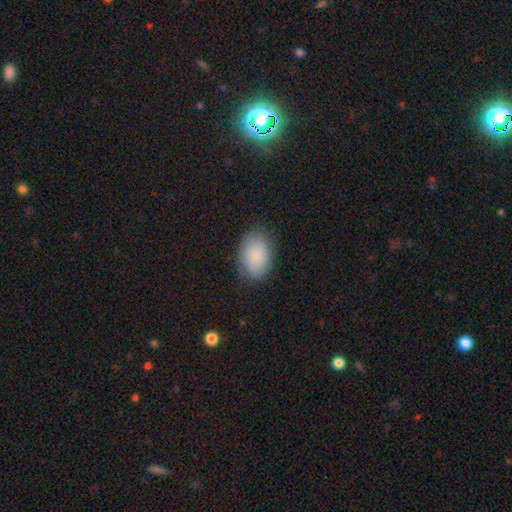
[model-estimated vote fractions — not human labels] A smooth galaxy with no disk features (85%) that is in between round and cigar-shaped (86%).

Vote fractions:
- Smooth or featured? smooth: 85% / featured or disk: 9% / star or artifact: 7%
- How rounded? in between: 86% / round: 13% / cigar-shaped: 1%
- Merging? none: 82% / minor disturbance: 13% / major disturbance: 4% / merger: 1%